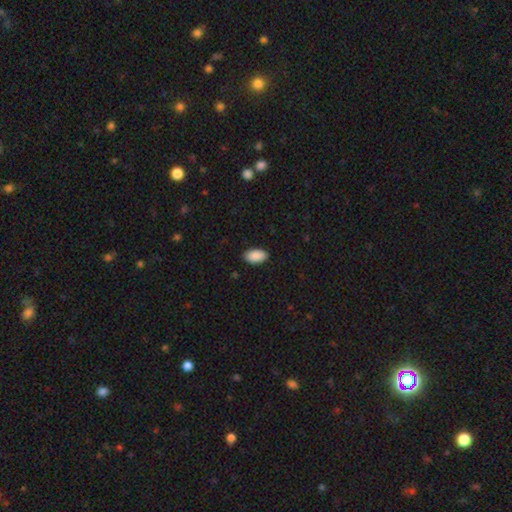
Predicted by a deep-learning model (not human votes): Overall: smooth (91%). How rounded: in between (95%). Merging: none (90%).